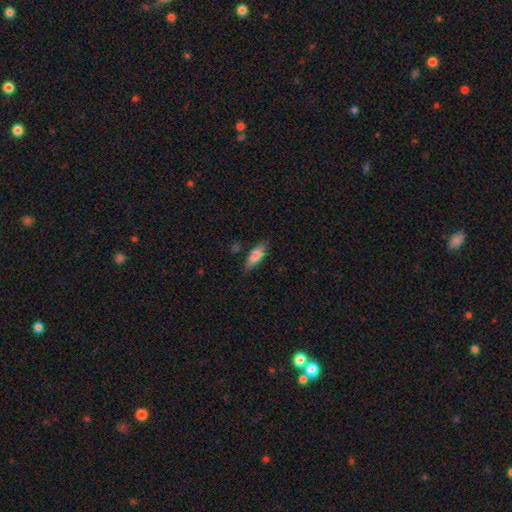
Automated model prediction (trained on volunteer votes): A smooth galaxy with no disk features (81%) that is in between round and cigar-shaped (63%). Merging: none (80%).